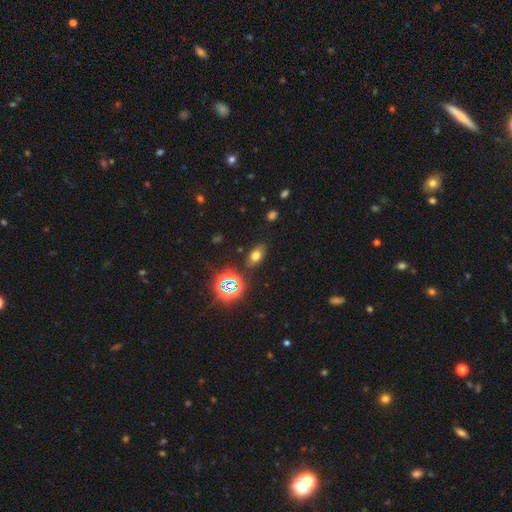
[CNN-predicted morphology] smooth 64%, star or artifact 25%, featured or disk 11%. Down the decision tree: how rounded — in between (83%); merging — none (83%).